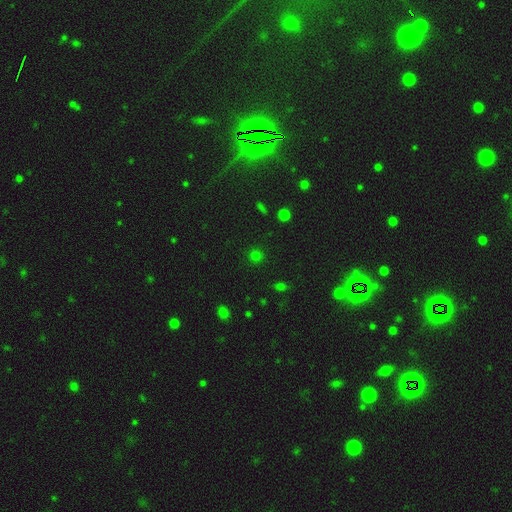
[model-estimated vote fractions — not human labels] Q: Smooth or featured?
A: smooth (68%); runner-up: star or artifact (27%)
Q: How rounded?
A: round (92%); runner-up: in between (7%)
Q: Merging?
A: none (88%); runner-up: minor disturbance (7%)